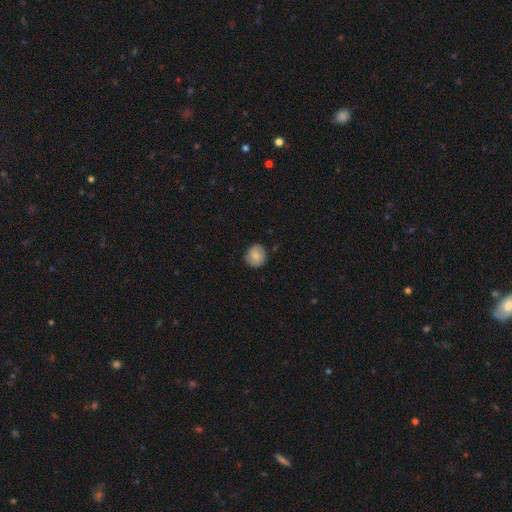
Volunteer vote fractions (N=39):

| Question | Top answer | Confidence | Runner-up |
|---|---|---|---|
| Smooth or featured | smooth | 72% | featured or disk (18%) |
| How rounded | round | 96% | in between (4%) |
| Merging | none | 80% | minor disturbance (14%) |